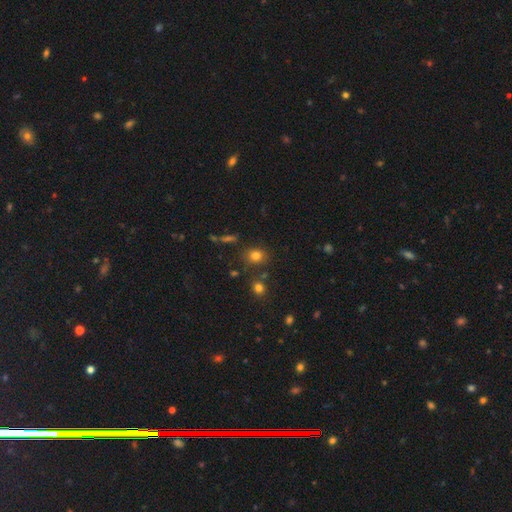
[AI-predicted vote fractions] Overall: smooth (78%). How rounded: round (71%). Merging: none (80%).